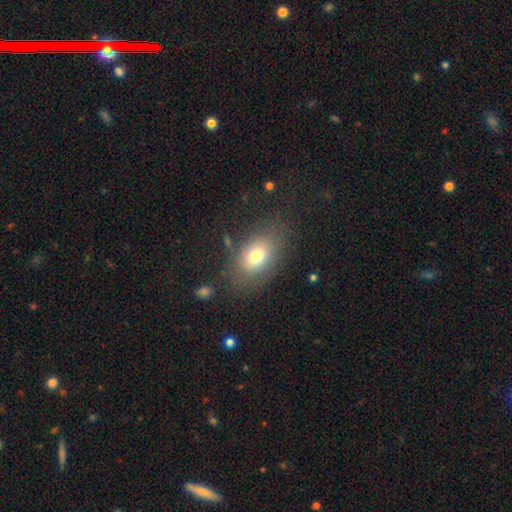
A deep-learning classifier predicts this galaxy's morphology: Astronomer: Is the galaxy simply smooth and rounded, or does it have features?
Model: smooth — 72%.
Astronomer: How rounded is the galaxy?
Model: in between — 80%.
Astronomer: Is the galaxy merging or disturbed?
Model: none — 75%.